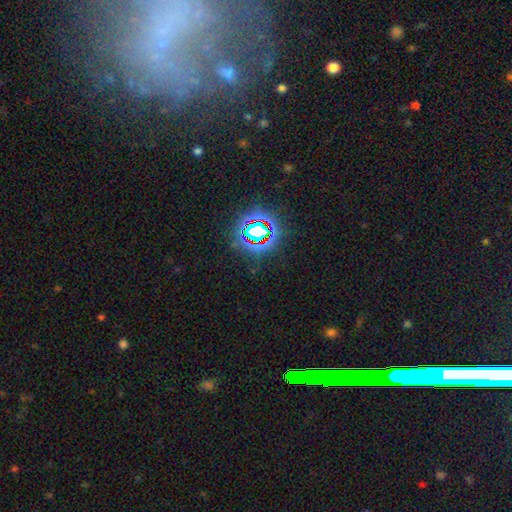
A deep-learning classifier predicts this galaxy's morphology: The model was most divided on "smooth or featured": star or artifact: 77%, smooth: 15%, featured or disk: 8%.